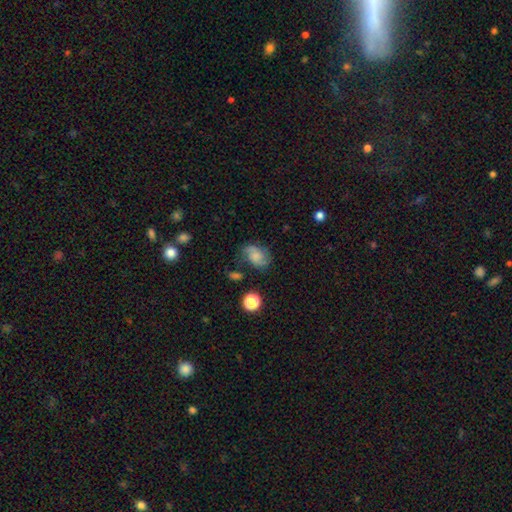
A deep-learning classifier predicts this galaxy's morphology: Q: Smooth or featured?
A: smooth (47%); runner-up: featured or disk (41%)
Q: Merging?
A: none (62%); runner-up: minor disturbance (24%)